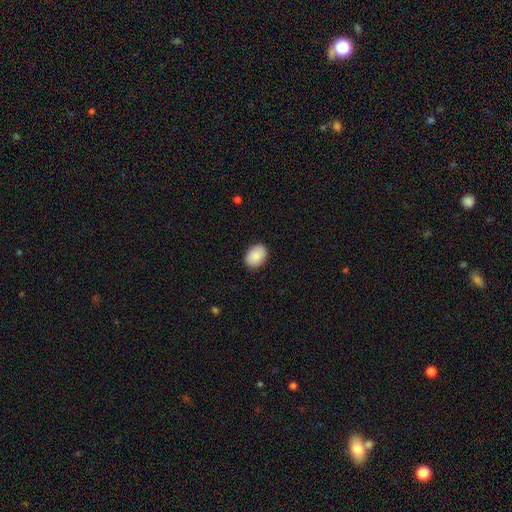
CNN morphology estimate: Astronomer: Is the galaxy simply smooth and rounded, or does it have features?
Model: smooth — 90%.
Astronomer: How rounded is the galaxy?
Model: in between — 79%.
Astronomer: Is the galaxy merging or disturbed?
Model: none — 89%.